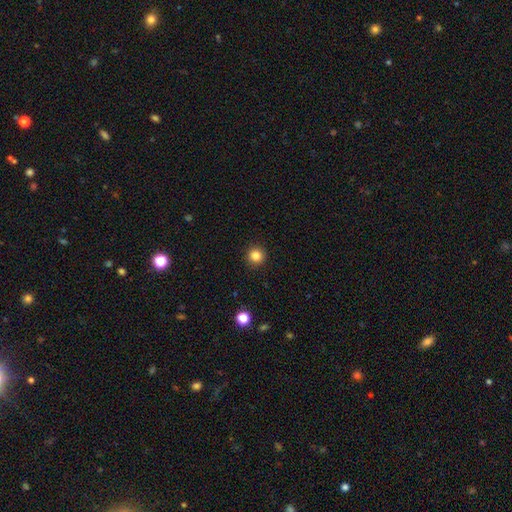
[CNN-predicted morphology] Smooth or featured?
  - smooth: 84% *
  - star or artifact: 12%
  - featured or disk: 4%
How rounded?
  - round: 94% *
  - in between: 5%
  - cigar-shaped: 1%
Merging?
  - none: 92% *
  - minor disturbance: 5%
  - major disturbance: 2%
  - merger: 1%